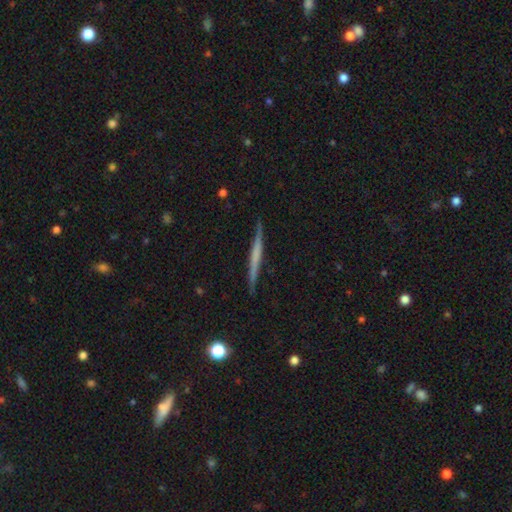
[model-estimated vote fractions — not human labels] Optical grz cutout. It shows a featured or disk galaxy (56%) viewed edge-on (97%) with no central bulge (75%). Merging: none (89%).